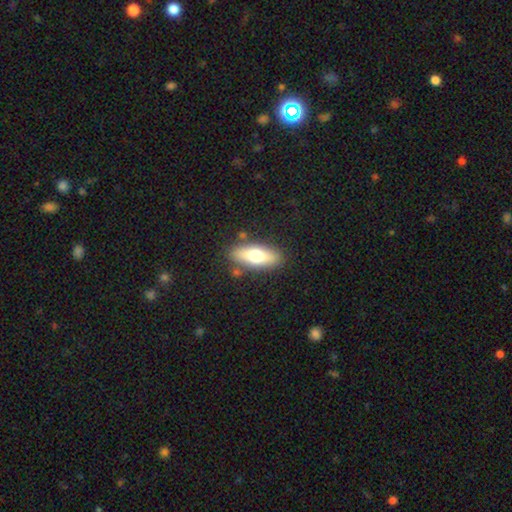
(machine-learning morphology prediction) Overall: smooth (63%; featured or disk 30%). How rounded: in between (69%). Merging: none (83%).